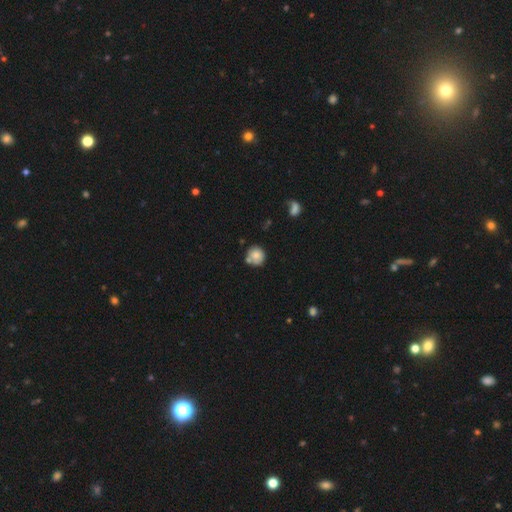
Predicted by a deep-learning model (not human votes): The model was most divided on "merging": none: 62%, merger: 17%, minor disturbance: 17%, major disturbance: 4%. More confident: how rounded — round (90%); smooth or featured — smooth (77%).